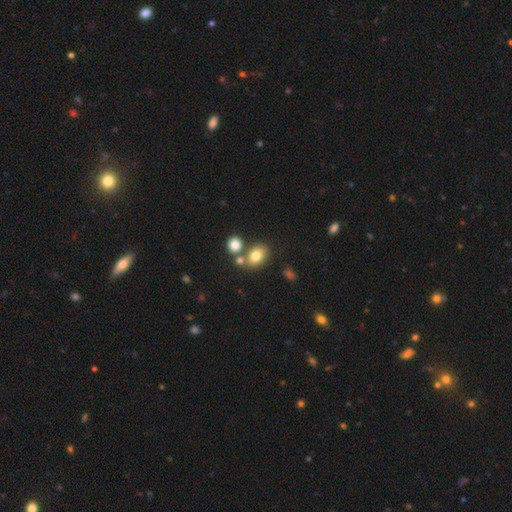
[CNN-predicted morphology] Smooth or featured?
  - smooth: 78% *
  - featured or disk: 11%
  - star or artifact: 11%
How rounded?
  - in between: 64% *
  - round: 34%
  - cigar-shaped: 1%
Merging?
  - none: 58% *
  - merger: 27%
  - minor disturbance: 11%
  - major disturbance: 4%